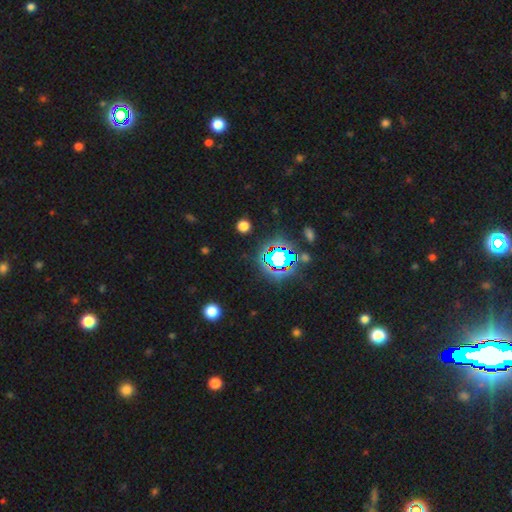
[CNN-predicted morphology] Smooth or featured? Predicted: star or artifact (p=0.79).